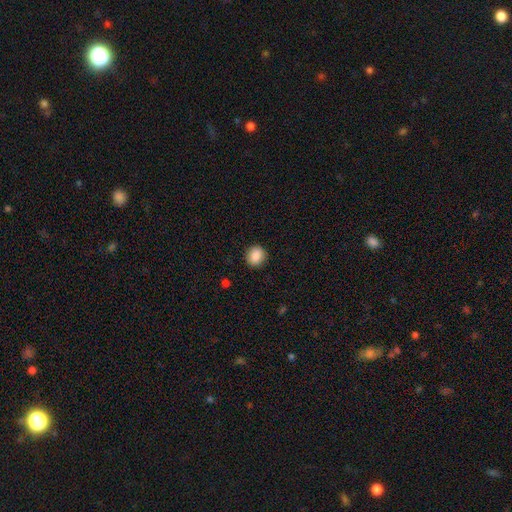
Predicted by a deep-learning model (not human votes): A smooth galaxy with no disk features (88%) that is round (82%). Merging: none (90%).